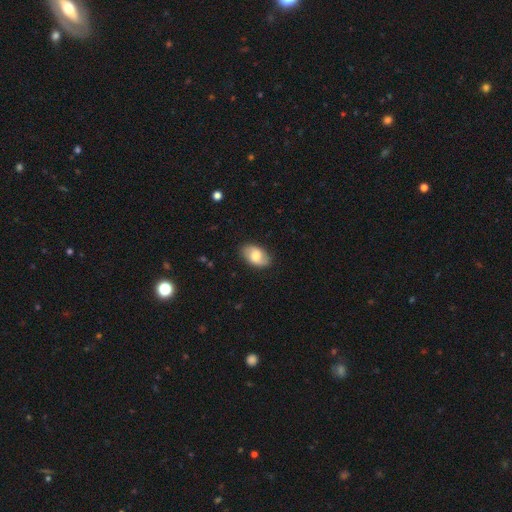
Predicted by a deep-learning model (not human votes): This appears to be a smooth galaxy with no disk features (59%) that is in between round and cigar-shaped (91%). Merging: none (84%).